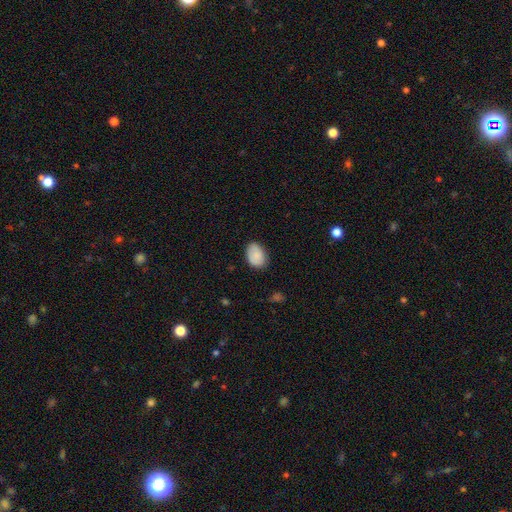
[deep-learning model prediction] smooth-or-featured: smooth: 85% | featured or disk: 8% | star or artifact: 7%
  how-rounded: in between: 82% | round: 17% | cigar-shaped: 1%
  merging: none: 74% | minor disturbance: 21% | major disturbance: 4% | merger: 1%